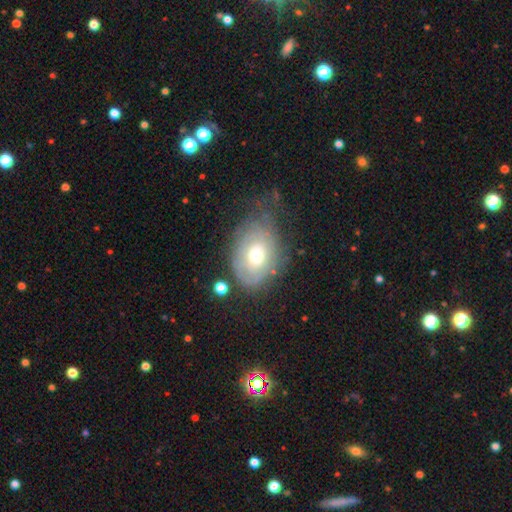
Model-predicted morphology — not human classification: Smooth or featured? Predicted: featured or disk (p=0.50). Edge-on disk? Predicted: no (p=0.93). Merging? Predicted: none (p=0.49).